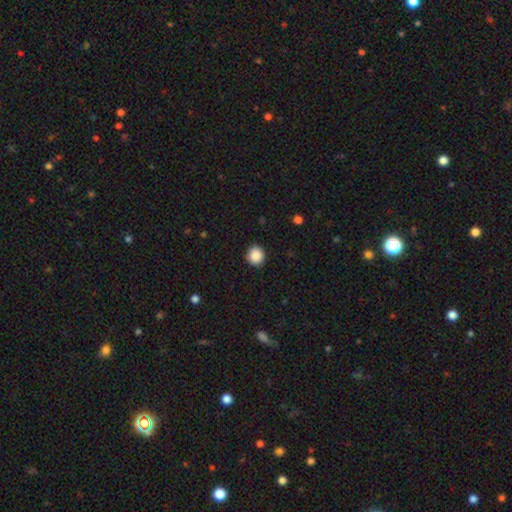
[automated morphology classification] Smooth or featured?
  - smooth: 88% *
  - star or artifact: 9%
  - featured or disk: 3%
How rounded?
  - round: 90% *
  - in between: 9%
  - cigar-shaped: 1%
Merging?
  - none: 91% *
  - minor disturbance: 6%
  - major disturbance: 2%
  - merger: 1%